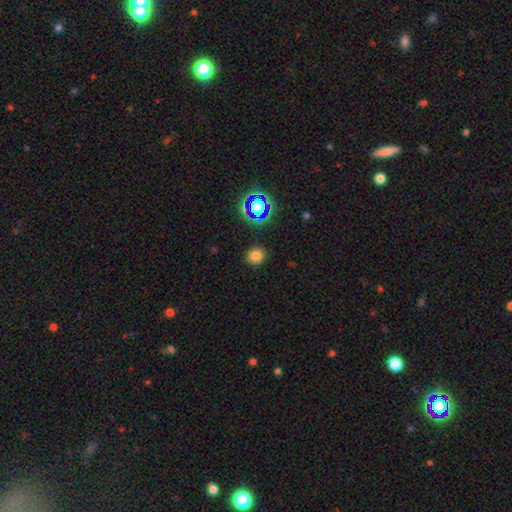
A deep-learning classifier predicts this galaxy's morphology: smooth_or_featured: smooth (p=0.76) [alt: star or artifact p=0.18]
how_rounded: round (p=0.76) [alt: in between p=0.23]
merging: none (p=0.88) [alt: minor disturbance p=0.08]